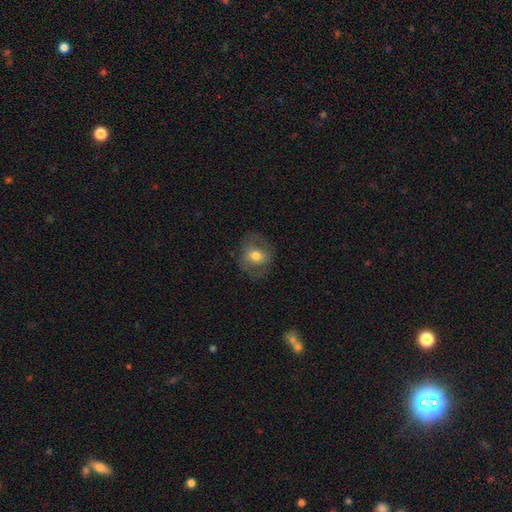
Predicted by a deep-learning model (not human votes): Smooth or featured? Predicted: smooth (p=0.52). How rounded? Predicted: round (p=0.61). Merging? Predicted: none (p=0.74).